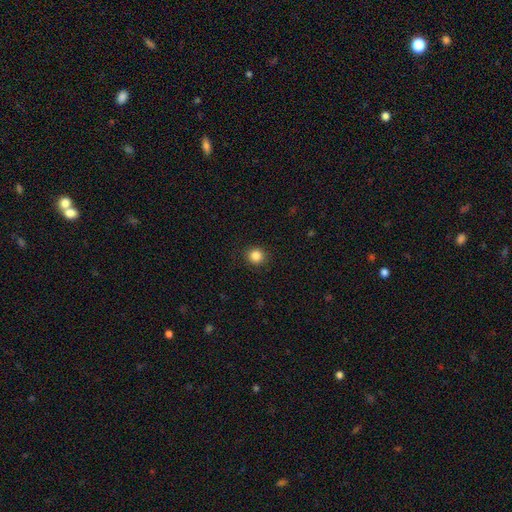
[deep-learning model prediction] Overall: smooth (86%). How rounded: round (93%). Merging: none (91%).